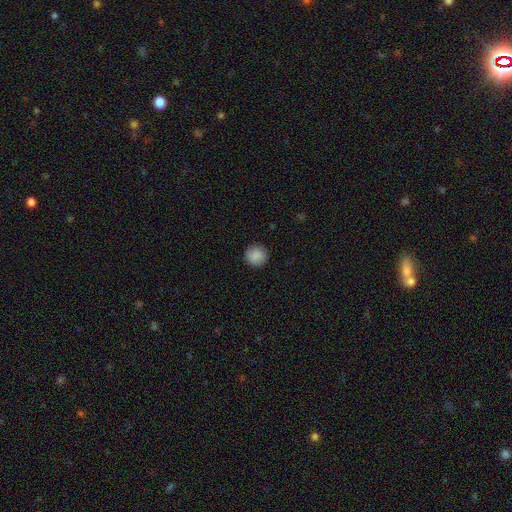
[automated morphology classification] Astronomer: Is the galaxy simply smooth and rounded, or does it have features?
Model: smooth — 88%.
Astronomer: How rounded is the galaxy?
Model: round — 94%.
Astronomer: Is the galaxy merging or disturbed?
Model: none — 91%.